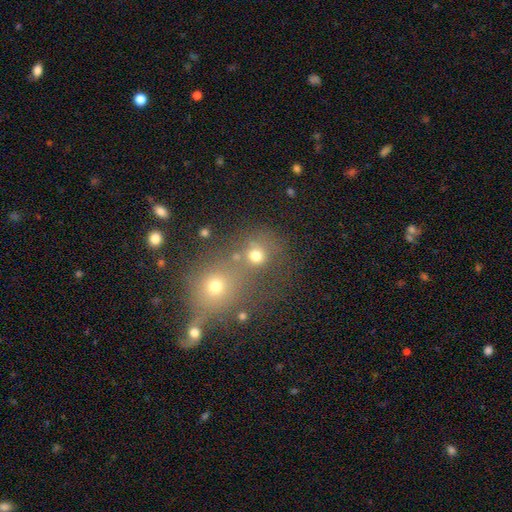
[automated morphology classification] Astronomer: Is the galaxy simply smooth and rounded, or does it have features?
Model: smooth — 69%.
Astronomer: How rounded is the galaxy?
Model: round — 79%.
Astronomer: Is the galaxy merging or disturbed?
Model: merger — 45% (runner-up: none, 41%).